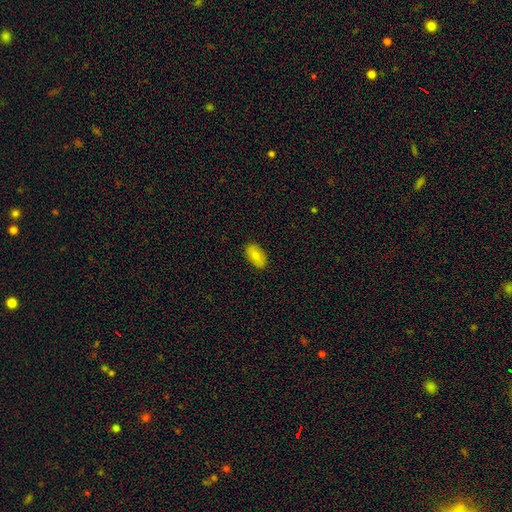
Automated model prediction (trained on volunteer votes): Morphology: type=smooth (80%); roundness=in between (93%); merging=none (88%).